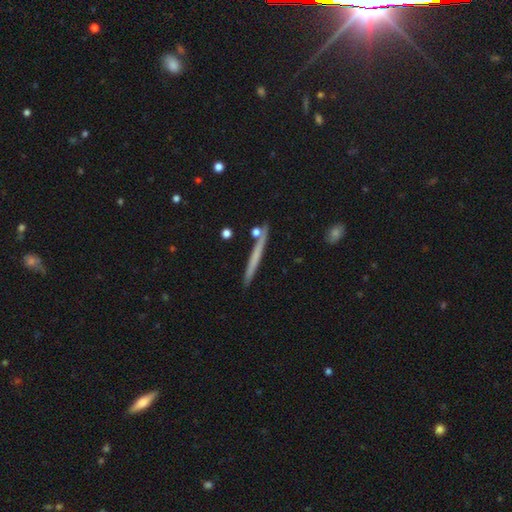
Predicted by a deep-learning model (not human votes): Smooth or featured? smooth (50%)
How rounded? cigar-shaped (96%)
Merging? none (87%)